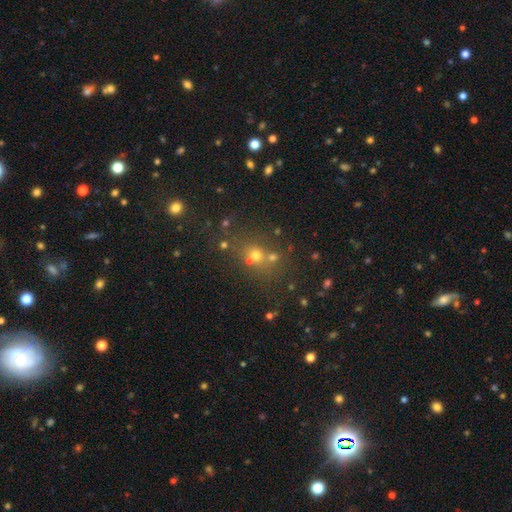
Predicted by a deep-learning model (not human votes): Smooth or featured?
  - smooth: 56% *
  - star or artifact: 30%
  - featured or disk: 14%
How rounded?
  - round: 77% *
  - in between: 21%
  - cigar-shaped: 2%
Merging?
  - none: 58% *
  - merger: 27%
  - minor disturbance: 10%
  - major disturbance: 5%